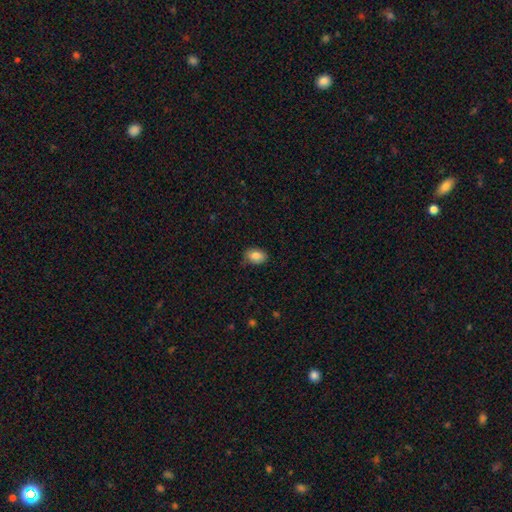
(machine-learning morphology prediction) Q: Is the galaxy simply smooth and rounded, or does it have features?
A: smooth — 84%.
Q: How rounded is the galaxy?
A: in between — 80%.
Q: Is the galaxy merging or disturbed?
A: none — 76%.